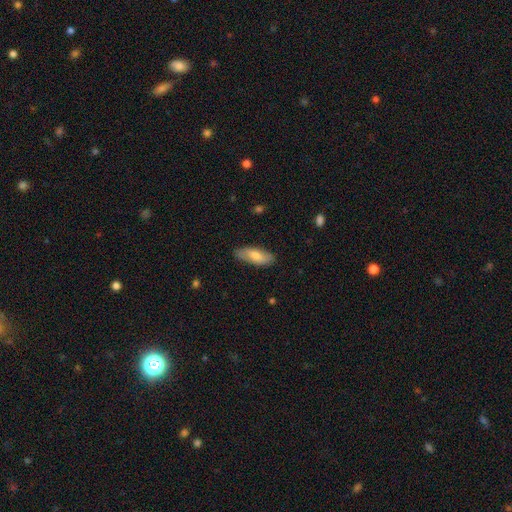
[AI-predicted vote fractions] This appears to be a smooth galaxy with no disk features (70%) that is in between round and cigar-shaped (76%). Merging: none (81%).